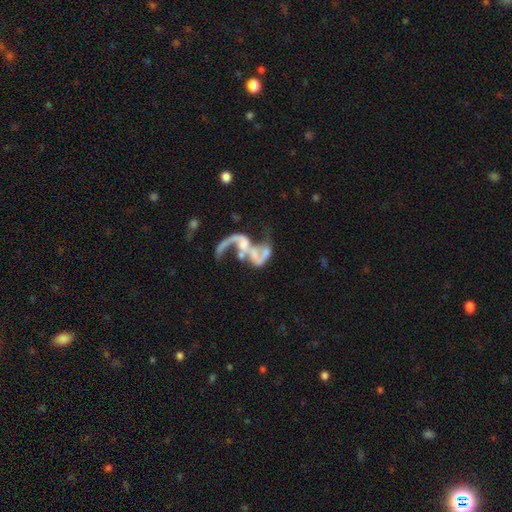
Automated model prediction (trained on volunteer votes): Q: Smooth or featured?
A: featured or disk (82%); runner-up: smooth (10%)
Q: Edge-on disk?
A: no (97%); runner-up: yes (3%)
Q: Bar?
A: no (54%); runner-up: weak (31%)
Q: Spiral arms?
A: yes (79%); runner-up: no (21%)
Q: Spiral winding?
A: loose (82%); runner-up: medium (15%)
Q: Spiral arm count?
A: 2 (73%); runner-up: 1 (16%)
Q: Bulge size?
A: none (44%); runner-up: small (25%)
Q: Merging?
A: merger (43%); runner-up: major disturbance (29%)